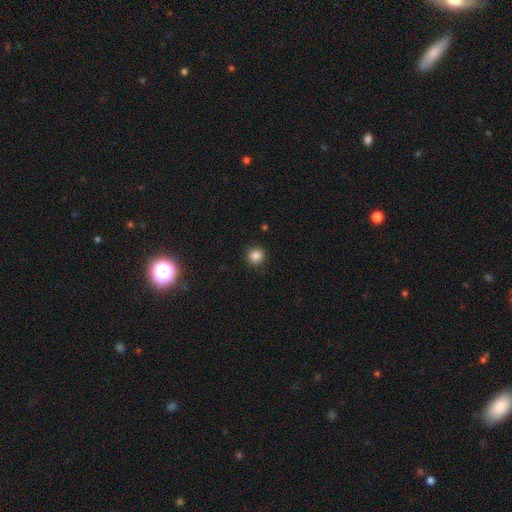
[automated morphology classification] Smooth or featured: smooth — 85% (star or artifact — 11%)
How rounded: round — 93% (in between — 6%)
Merging: none — 89% (minor disturbance — 7%)